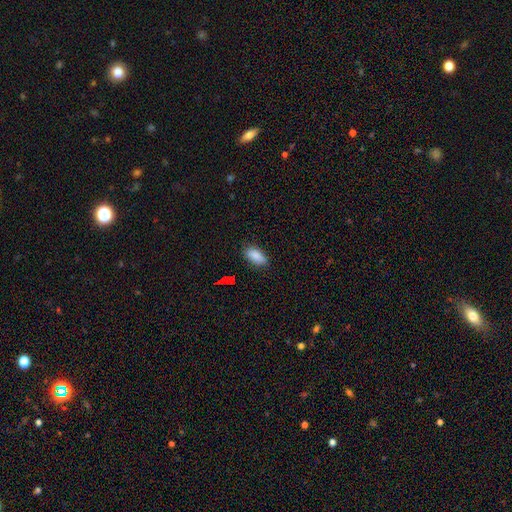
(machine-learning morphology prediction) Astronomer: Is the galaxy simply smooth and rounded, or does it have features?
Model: smooth — 88%.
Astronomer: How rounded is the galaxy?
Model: in between — 89%.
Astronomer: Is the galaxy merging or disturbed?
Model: none — 81%.